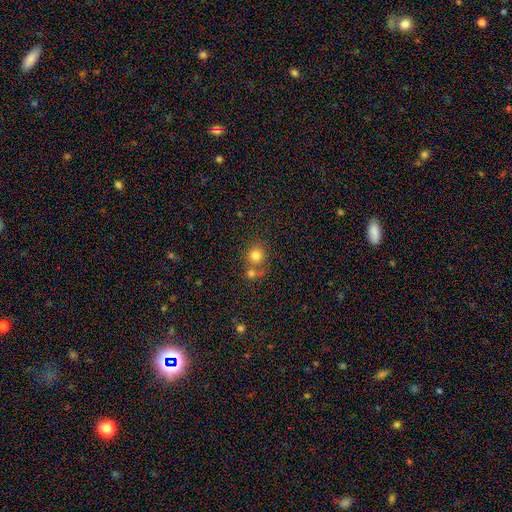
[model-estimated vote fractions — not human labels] Morphology: type=smooth (79%); roundness=round (87%); merging=none (49%).